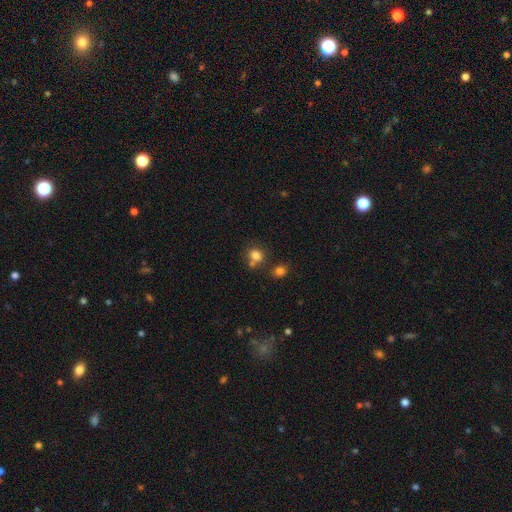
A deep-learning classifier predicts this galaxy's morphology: smooth-or-featured: smooth: 79% | star or artifact: 13% | featured or disk: 8%
  how-rounded: round: 64% | in between: 35% | cigar-shaped: 1%
  merging: none: 59% | merger: 23% | minor disturbance: 13% | major disturbance: 5%